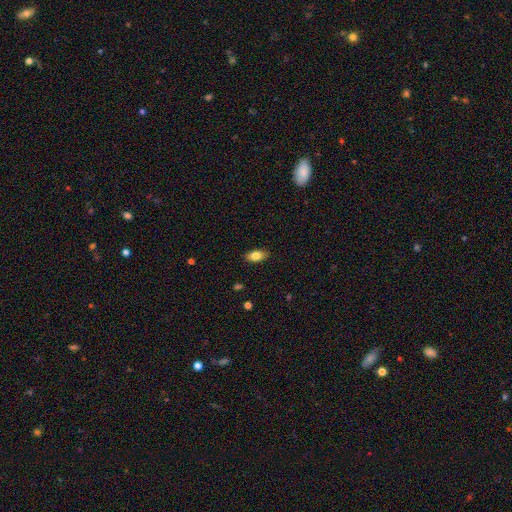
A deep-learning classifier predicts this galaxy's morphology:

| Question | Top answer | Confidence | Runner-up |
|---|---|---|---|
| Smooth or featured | smooth | 82% | featured or disk (11%) |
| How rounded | in between | 90% | cigar-shaped (5%) |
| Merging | none | 88% | minor disturbance (9%) |